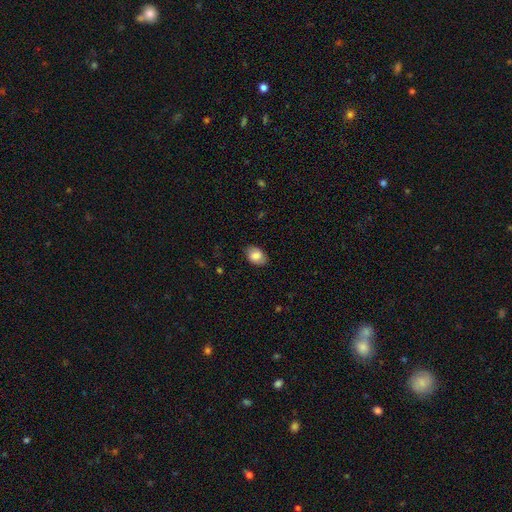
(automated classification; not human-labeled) Smooth or featured?
  - smooth: 78% *
  - featured or disk: 15%
  - star or artifact: 7%
How rounded?
  - in between: 84% *
  - round: 15%
  - cigar-shaped: 1%
Merging?
  - none: 82% *
  - minor disturbance: 14%
  - major disturbance: 3%
  - merger: 1%